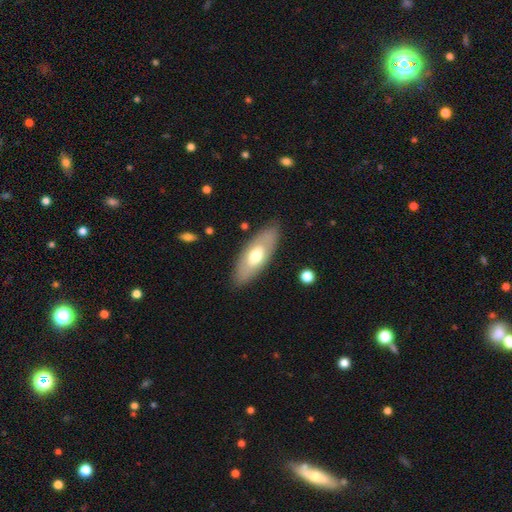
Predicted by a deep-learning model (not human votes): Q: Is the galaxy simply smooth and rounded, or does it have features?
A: smooth — 56%.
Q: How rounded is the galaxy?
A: in between — 78%.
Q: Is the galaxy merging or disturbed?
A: none — 84%.